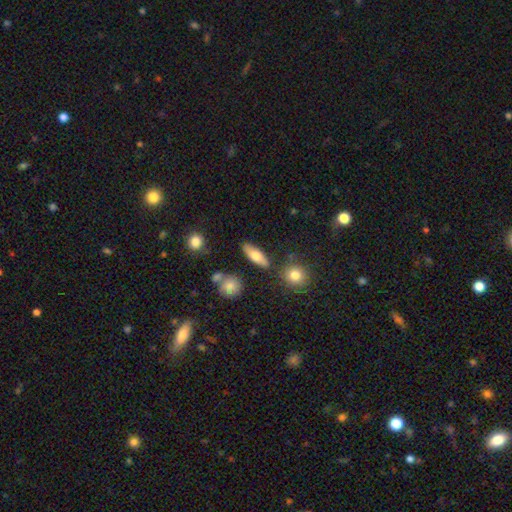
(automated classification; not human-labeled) smooth_or_featured: smooth (p=0.69) [alt: featured or disk p=0.24]
how_rounded: in between (p=0.64) [alt: cigar-shaped p=0.31]
merging: none (p=0.81) [alt: minor disturbance p=0.11]